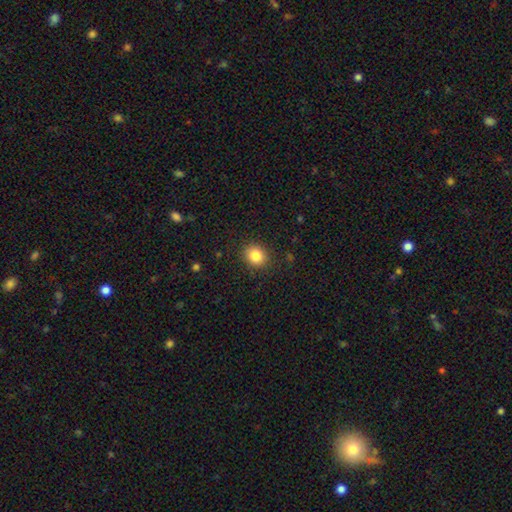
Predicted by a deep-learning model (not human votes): This is clearly a smooth galaxy (84%). How rounded: likely round (66%). Merging: clearly none (88%).